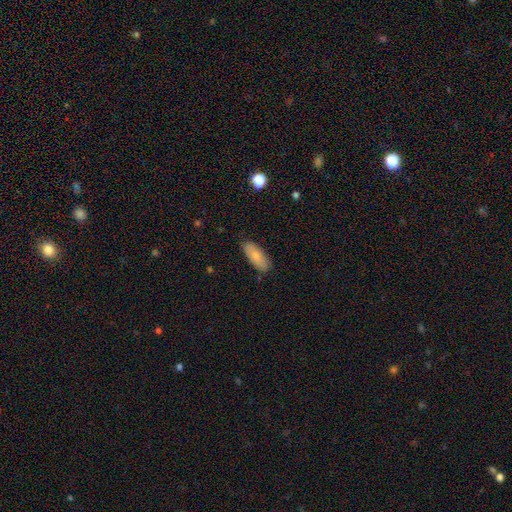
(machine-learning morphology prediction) Smooth or featured?
  - smooth: 82% *
  - featured or disk: 11%
  - star or artifact: 6%
How rounded?
  - in between: 77% *
  - cigar-shaped: 21%
  - round: 2%
Merging?
  - none: 83% *
  - minor disturbance: 13%
  - major disturbance: 2%
  - merger: 1%